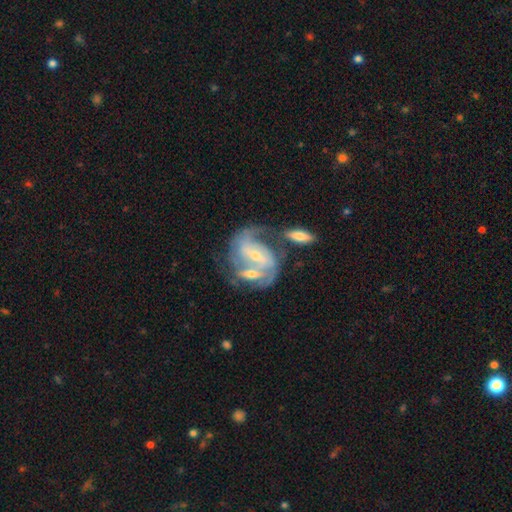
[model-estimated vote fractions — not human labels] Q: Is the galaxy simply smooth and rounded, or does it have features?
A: featured or disk — 84%.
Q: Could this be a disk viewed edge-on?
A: no — 96%.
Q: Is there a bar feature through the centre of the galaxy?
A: strong — 40%.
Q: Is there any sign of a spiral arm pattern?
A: yes — 92%.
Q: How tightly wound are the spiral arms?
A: medium — 46%.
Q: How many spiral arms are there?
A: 2 — 66%.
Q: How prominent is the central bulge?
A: small — 57%.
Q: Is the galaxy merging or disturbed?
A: merger — 41%.